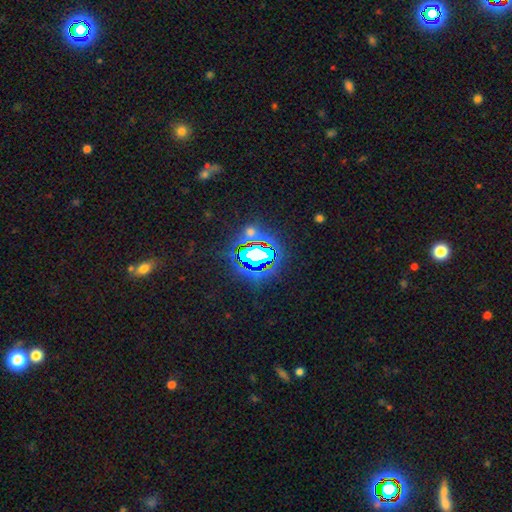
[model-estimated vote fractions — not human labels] Smooth or featured? Predicted: star or artifact (p=0.74).